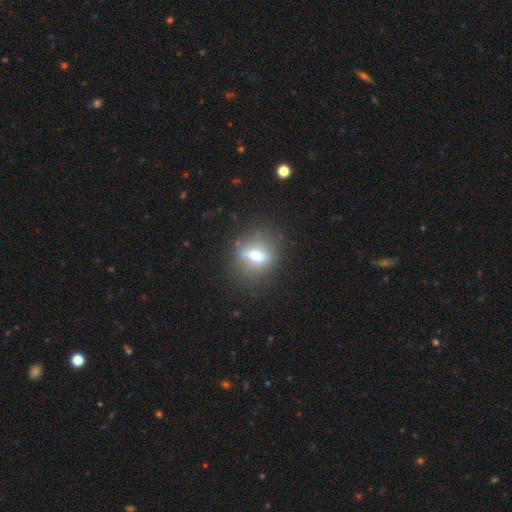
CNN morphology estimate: Smooth or featured? smooth (51%)
How rounded? round (53%)
Merging? none (77%)